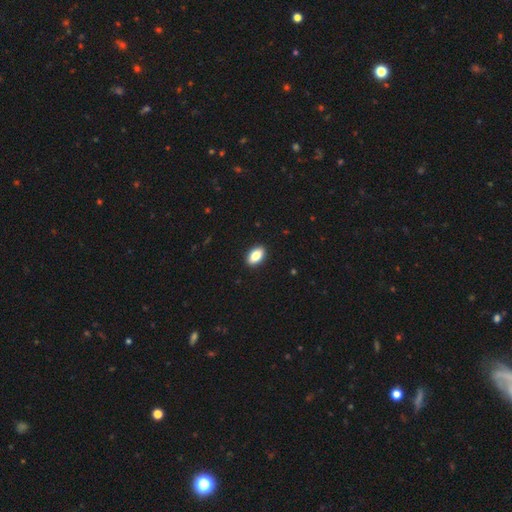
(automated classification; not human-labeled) A smooth galaxy with no disk features (83%) that is in between round and cigar-shaped (91%). Merging: none (91%).